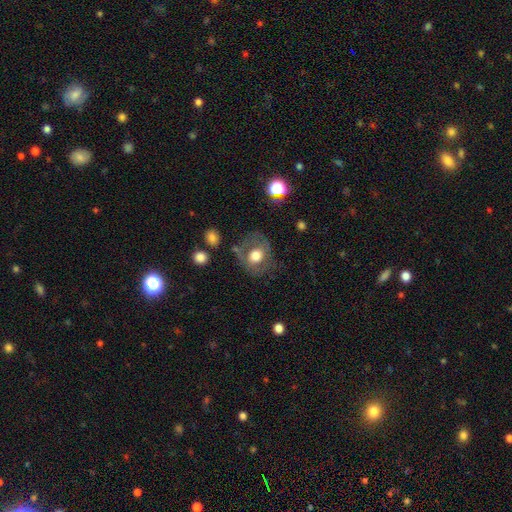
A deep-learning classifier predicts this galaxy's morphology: A smooth galaxy with no disk features (52%) that is round (66%).

Vote fractions:
- Smooth or featured? smooth: 52% / featured or disk: 39% / star or artifact: 9%
- How rounded? round: 66% / in between: 33% / cigar-shaped: 1%
- Merging? none: 61% / minor disturbance: 20% / major disturbance: 15% / merger: 4%